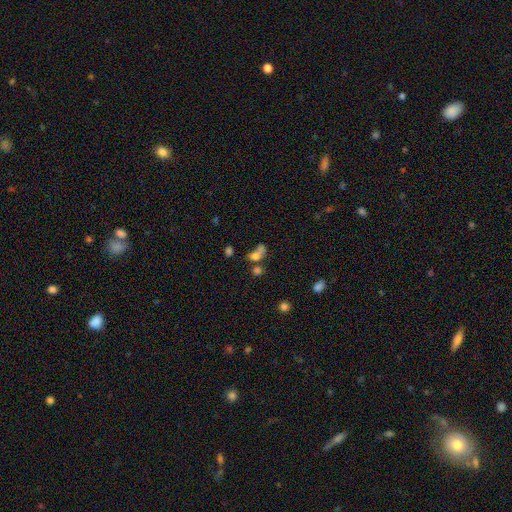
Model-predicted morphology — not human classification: The model was most divided on "merging": merger: 46%, none: 25%, major disturbance: 17%, minor disturbance: 12%. More confident: smooth or featured — smooth (67%); how rounded — in between (59%).